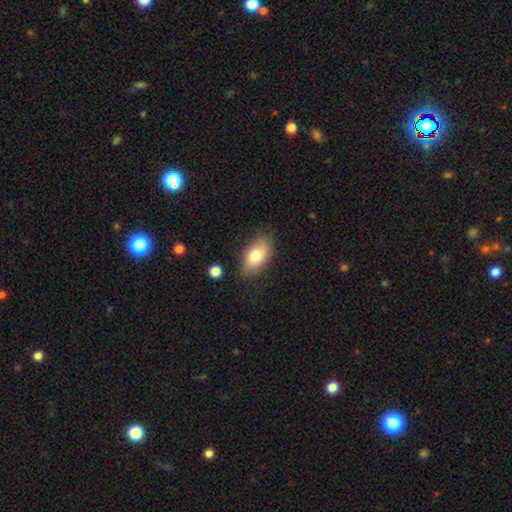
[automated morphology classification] Smooth or featured? Predicted: smooth (p=0.79). How rounded? Predicted: in between (p=0.92). Merging? Predicted: none (p=0.75).